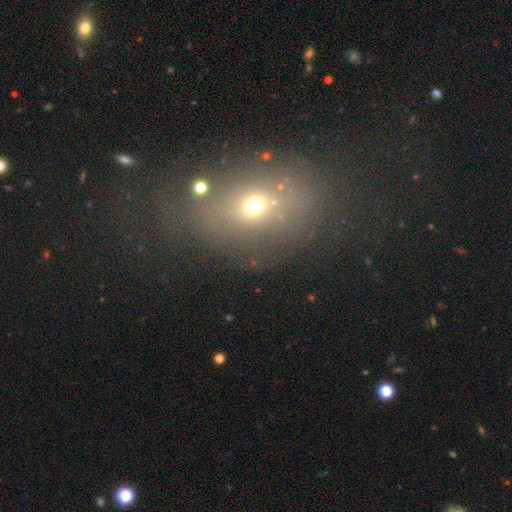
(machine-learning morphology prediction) smooth-or-featured: smooth: 54% | star or artifact: 25% | featured or disk: 22%
  how-rounded: in between: 66% | round: 31% | cigar-shaped: 3%
  merging: none: 58% | minor disturbance: 18% | major disturbance: 17% | merger: 7%